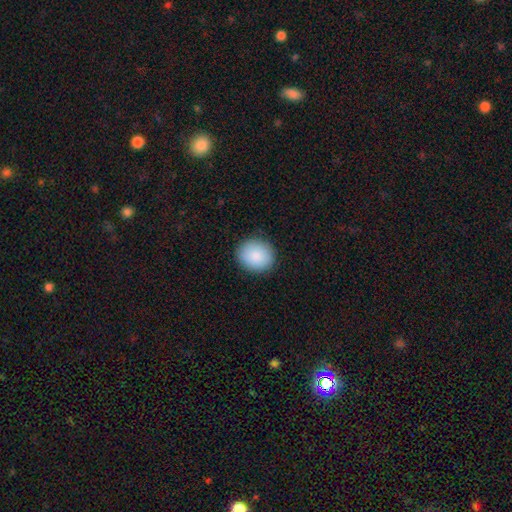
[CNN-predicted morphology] smooth-or-featured: smooth: 88% | star or artifact: 7% | featured or disk: 4%
  how-rounded: round: 76% | in between: 23% | cigar-shaped: 1%
  merging: none: 89% | minor disturbance: 8% | major disturbance: 2% | merger: 1%